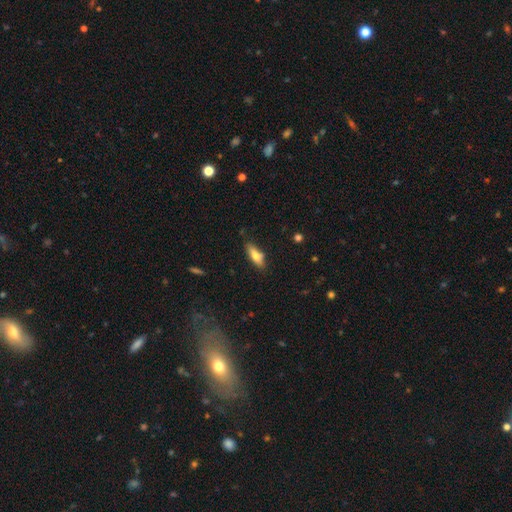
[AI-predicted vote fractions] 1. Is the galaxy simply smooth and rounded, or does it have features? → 70% smooth, 23% featured or disk, 7% star or artifact.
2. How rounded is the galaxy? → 56% in between, 41% cigar-shaped, 2% round.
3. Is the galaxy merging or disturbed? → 78% none, 16% minor disturbance, 3% merger, 3% major disturbance.